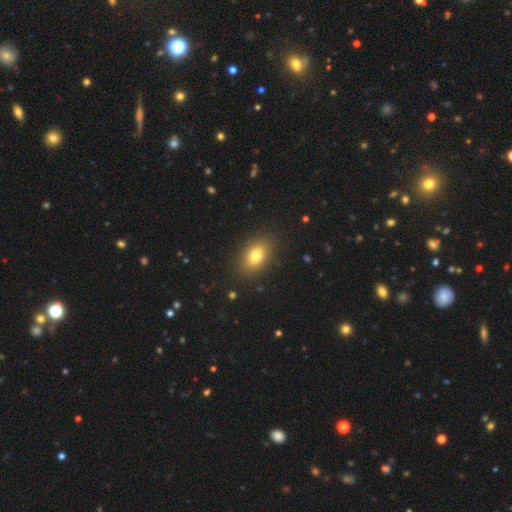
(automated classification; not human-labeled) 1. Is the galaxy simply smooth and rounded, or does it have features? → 79% smooth, 11% featured or disk, 10% star or artifact.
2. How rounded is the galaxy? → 86% in between, 11% round, 3% cigar-shaped.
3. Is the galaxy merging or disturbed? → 87% none, 9% minor disturbance, 3% major disturbance, 1% merger.